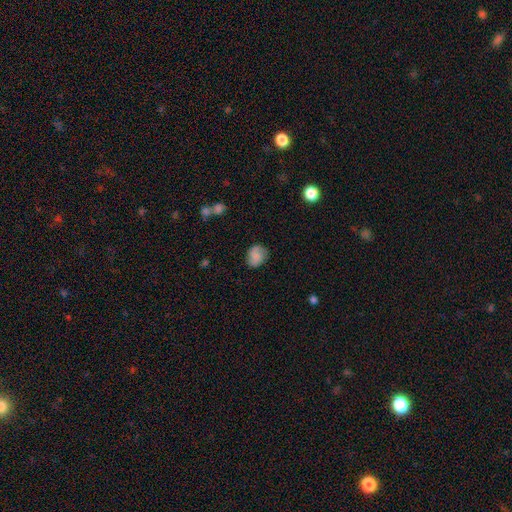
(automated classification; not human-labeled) smooth-or-featured: smooth: 76% | featured or disk: 15% | star or artifact: 9%
  how-rounded: round: 53% | in between: 46% | cigar-shaped: 1%
  merging: none: 76% | minor disturbance: 18% | major disturbance: 5% | merger: 2%